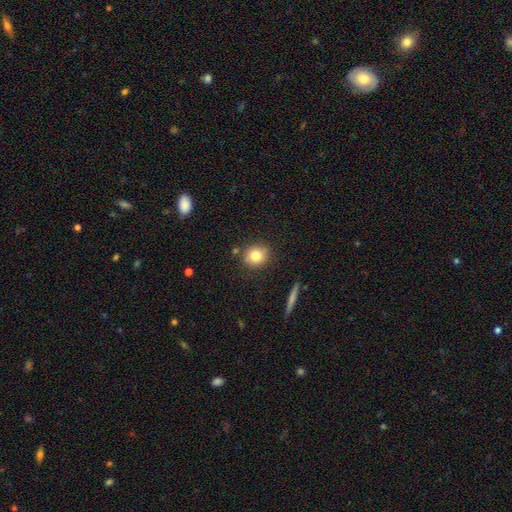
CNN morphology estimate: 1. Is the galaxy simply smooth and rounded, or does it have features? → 79% smooth, 11% featured or disk, 10% star or artifact.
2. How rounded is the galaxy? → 82% round, 17% in between, 1% cigar-shaped.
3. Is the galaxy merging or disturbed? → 83% none, 10% minor disturbance, 5% merger, 2% major disturbance.